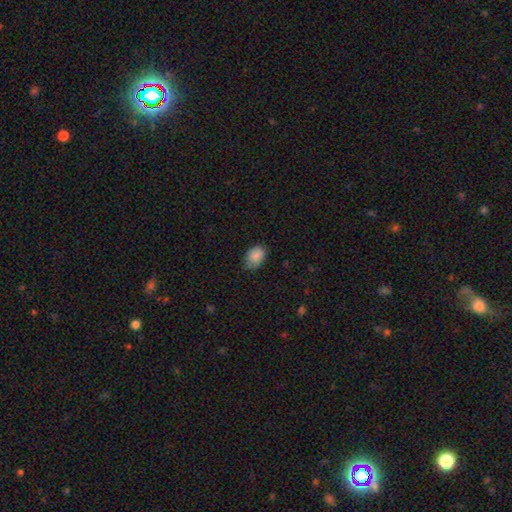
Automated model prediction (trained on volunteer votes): Q: Smooth or featured?
A: smooth (88%); runner-up: star or artifact (7%)
Q: How rounded?
A: in between (80%); runner-up: round (19%)
Q: Merging?
A: none (70%); runner-up: minor disturbance (25%)